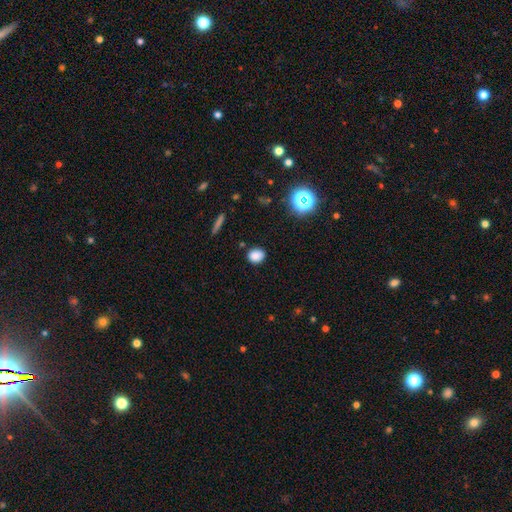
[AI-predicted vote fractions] This is clearly a smooth galaxy (81%). How rounded: likely round (64%). Merging: clearly none (86%).